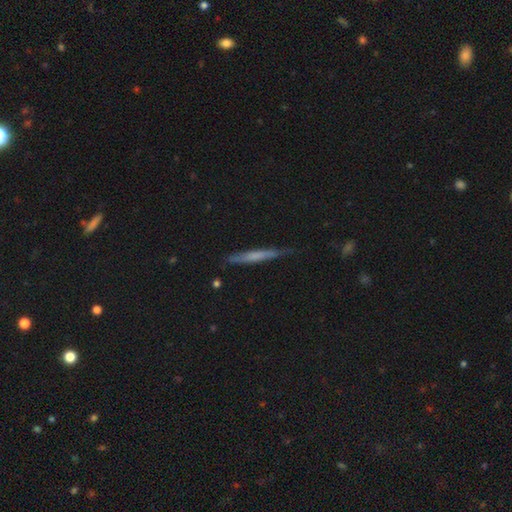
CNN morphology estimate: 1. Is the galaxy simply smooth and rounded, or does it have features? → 50% smooth, 44% featured or disk, 6% star or artifact.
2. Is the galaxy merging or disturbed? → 80% none, 16% minor disturbance, 3% major disturbance, 2% merger.